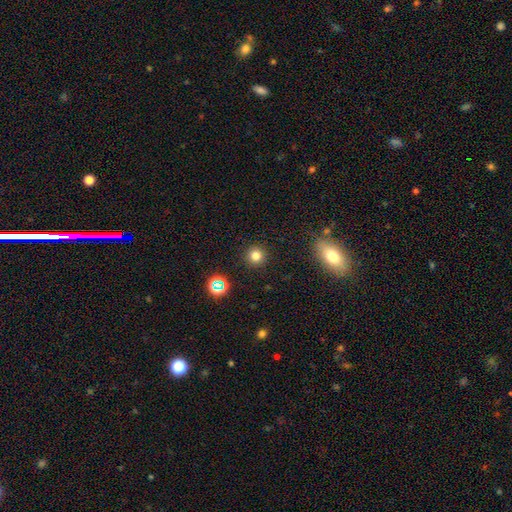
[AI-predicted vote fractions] smooth_or_featured: smooth (p=0.78) [alt: star or artifact p=0.16]
how_rounded: round (p=0.95) [alt: in between p=0.04]
merging: none (p=0.92) [alt: minor disturbance p=0.05]